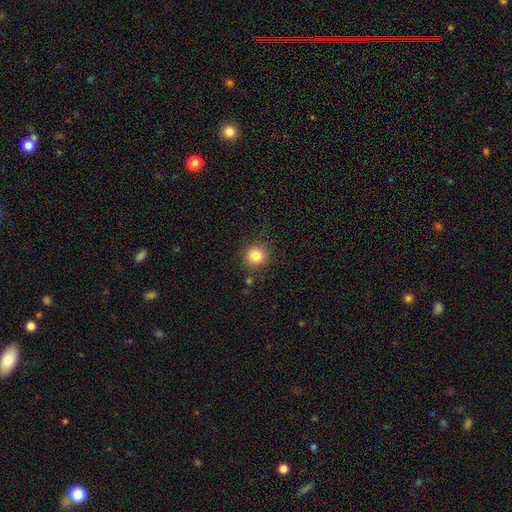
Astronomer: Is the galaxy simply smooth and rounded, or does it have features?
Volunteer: smooth — 95%.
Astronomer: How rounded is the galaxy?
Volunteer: round — 94%.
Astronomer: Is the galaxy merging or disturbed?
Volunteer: none — 76%.